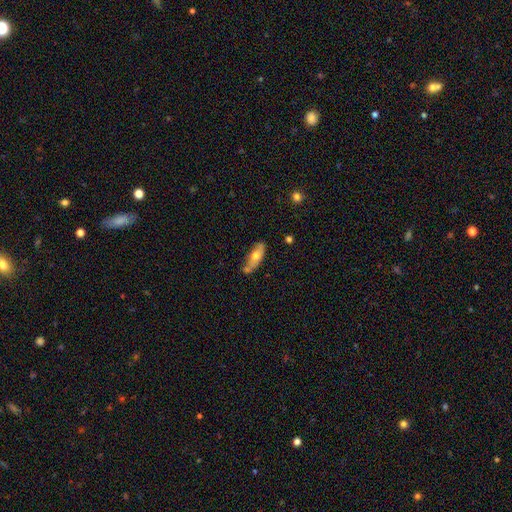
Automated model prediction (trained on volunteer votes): Smooth or featured?
  - smooth: 58% *
  - featured or disk: 35%
  - star or artifact: 6%
How rounded?
  - in between: 67% *
  - cigar-shaped: 30%
  - round: 3%
Merging?
  - none: 55% *
  - minor disturbance: 29%
  - merger: 9%
  - major disturbance: 7%